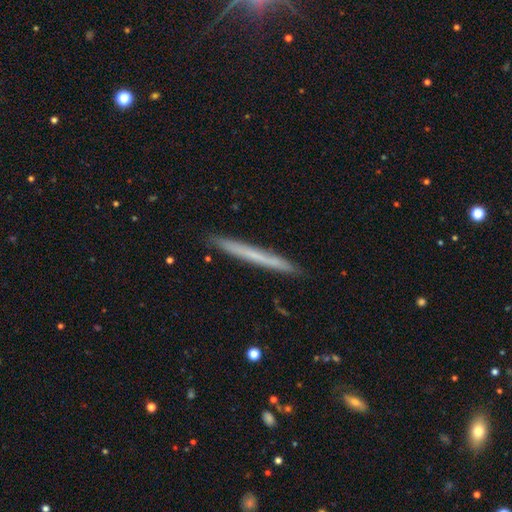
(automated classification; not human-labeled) Morphology: type=smooth (51%); roundness=cigar-shaped (97%); merging=none (91%).